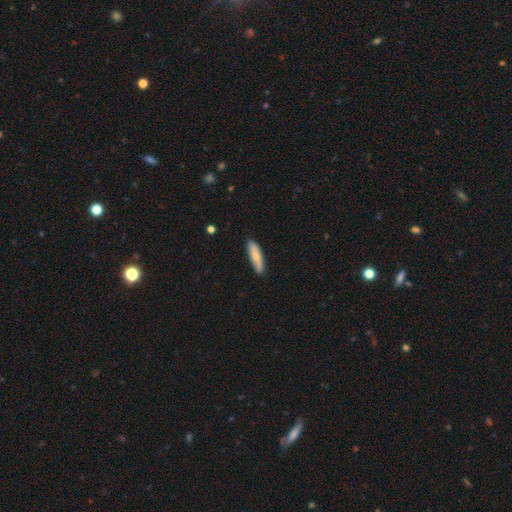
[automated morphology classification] Smooth or featured? smooth (72%)
How rounded? cigar-shaped (68%)
Merging? none (84%)